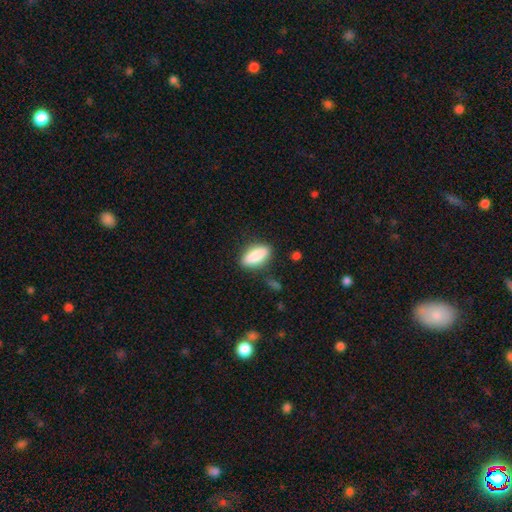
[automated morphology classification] The model was most divided on "how rounded": in between: 67%, cigar-shaped: 30%, round: 3%. More confident: merging — none (82%); smooth or featured — smooth (79%).